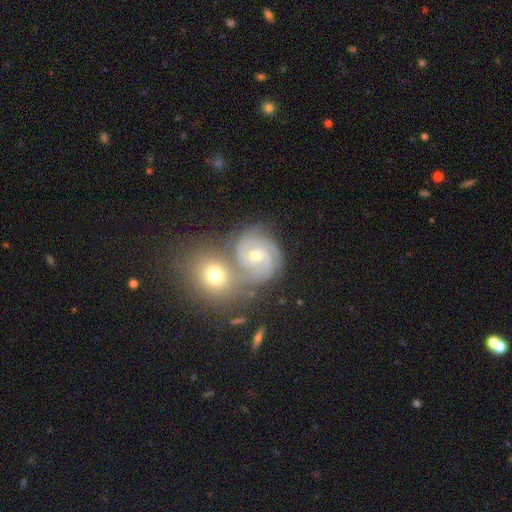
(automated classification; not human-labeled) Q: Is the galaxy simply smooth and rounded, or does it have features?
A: featured or disk — 86%.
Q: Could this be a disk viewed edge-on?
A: no — 98%.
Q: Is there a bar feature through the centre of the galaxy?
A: no — 64%.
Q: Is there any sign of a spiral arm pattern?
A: yes — 98%.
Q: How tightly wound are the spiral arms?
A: tight — 73%.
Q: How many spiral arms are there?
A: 3 — 49%.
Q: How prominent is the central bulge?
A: small — 49%.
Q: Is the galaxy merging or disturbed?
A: none — 55%.